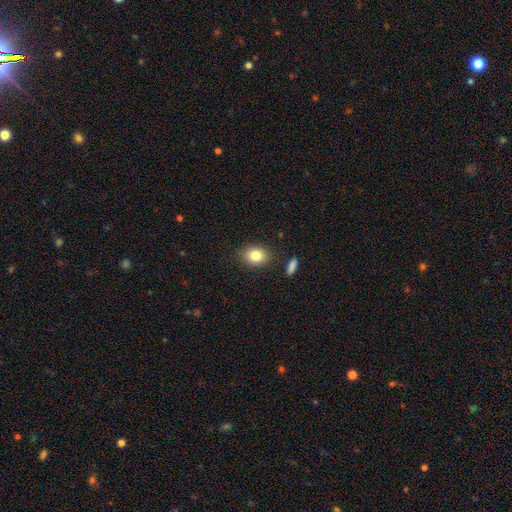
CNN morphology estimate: The model was most divided on "how rounded": in between: 58%, round: 41%, cigar-shaped: 1%. More confident: merging — none (84%); smooth or featured — smooth (83%).